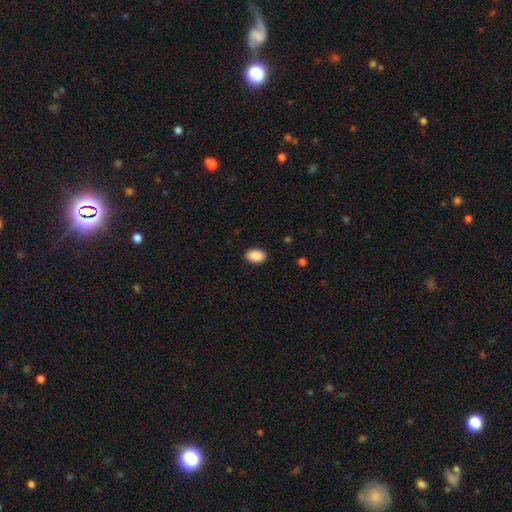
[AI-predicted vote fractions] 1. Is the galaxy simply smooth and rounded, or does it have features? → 90% smooth, 7% star or artifact, 3% featured or disk.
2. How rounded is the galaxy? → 81% in between, 18% round, 1% cigar-shaped.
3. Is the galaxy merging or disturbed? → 89% none, 8% minor disturbance, 2% major disturbance, 1% merger.